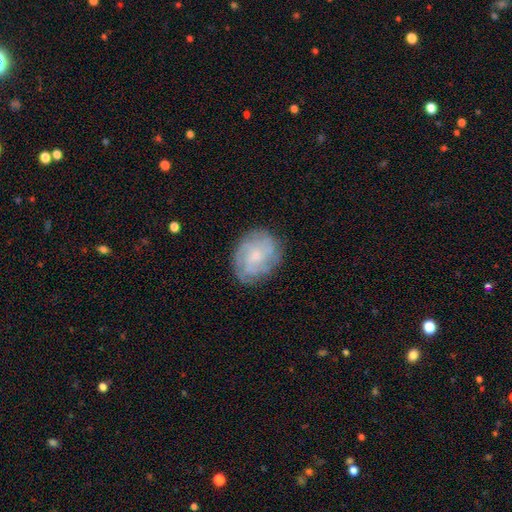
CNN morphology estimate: This appears to be a featured or disk galaxy (61%) with no bar (71%), spiral arms (83%) and a small central bulge (53%). Merging: none (76%).